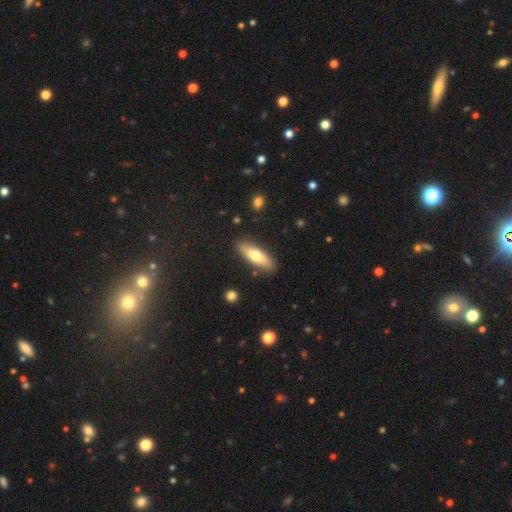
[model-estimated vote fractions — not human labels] Q: Smooth or featured?
A: smooth (67%); runner-up: featured or disk (28%)
Q: How rounded?
A: in between (51%); runner-up: cigar-shaped (47%)
Q: Merging?
A: none (85%); runner-up: minor disturbance (10%)